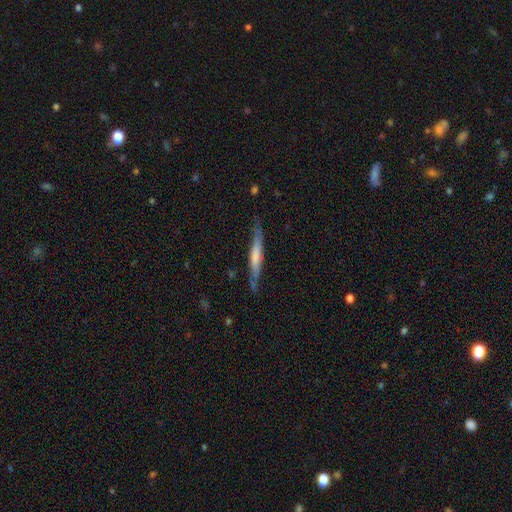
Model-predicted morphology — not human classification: A smooth galaxy with no disk features (48%). Merging: none (72%).